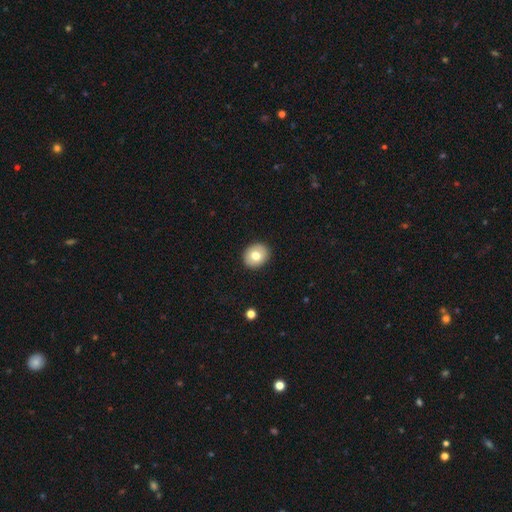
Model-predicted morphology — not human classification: Smooth or featured?
  - smooth: 75% *
  - featured or disk: 17%
  - star or artifact: 8%
How rounded?
  - round: 66% *
  - in between: 33%
  - cigar-shaped: 1%
Merging?
  - none: 91% *
  - minor disturbance: 6%
  - major disturbance: 2%
  - merger: 1%